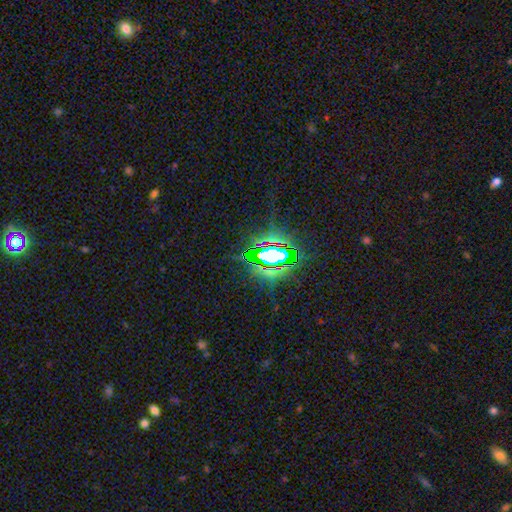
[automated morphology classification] A star or artifact, not a galaxy (81%).